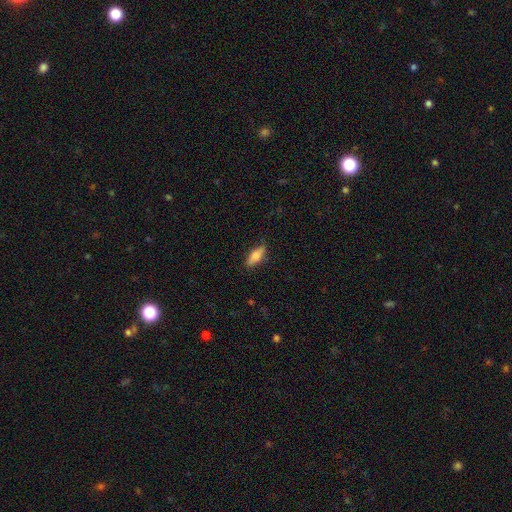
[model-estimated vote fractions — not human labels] Smooth or featured?
  - smooth: 71% *
  - featured or disk: 22%
  - star or artifact: 7%
How rounded?
  - in between: 62% *
  - cigar-shaped: 36%
  - round: 3%
Merging?
  - none: 83% *
  - minor disturbance: 13%
  - major disturbance: 3%
  - merger: 1%